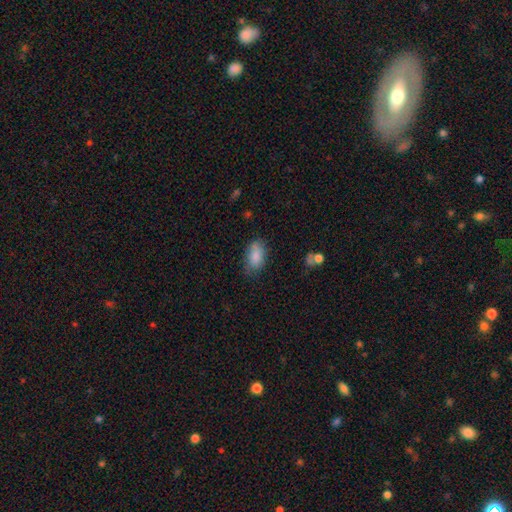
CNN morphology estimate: Smooth or featured: smooth — 85% (featured or disk — 8%)
How rounded: in between — 91% (round — 6%)
Merging: none — 68% (minor disturbance — 23%)